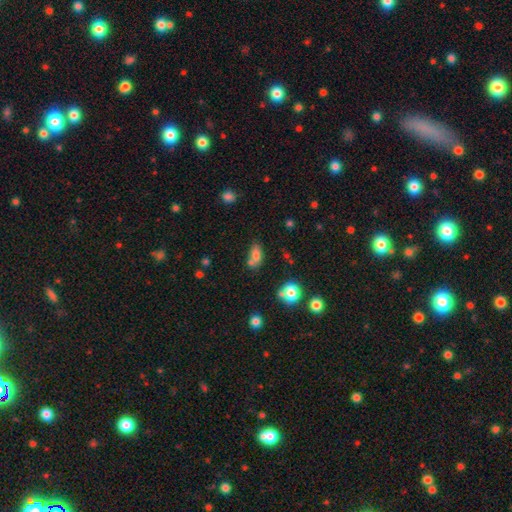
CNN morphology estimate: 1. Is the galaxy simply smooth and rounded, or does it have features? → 76% smooth, 12% star or artifact, 11% featured or disk.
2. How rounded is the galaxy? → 83% in between, 12% round, 6% cigar-shaped.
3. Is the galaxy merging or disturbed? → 49% none, 30% merger, 15% minor disturbance, 6% major disturbance.